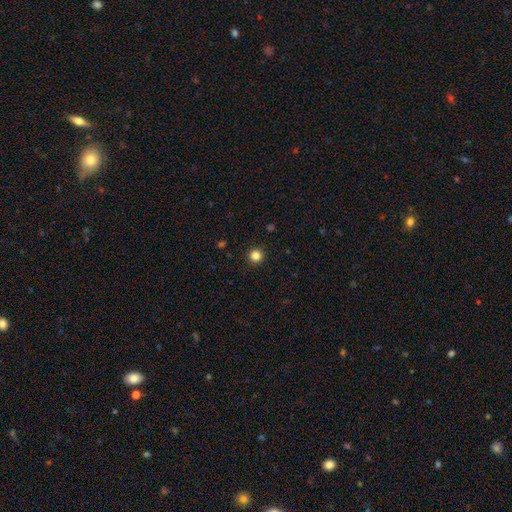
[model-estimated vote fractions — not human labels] Morphology: type=smooth (83%); roundness=round (96%); merging=none (93%).